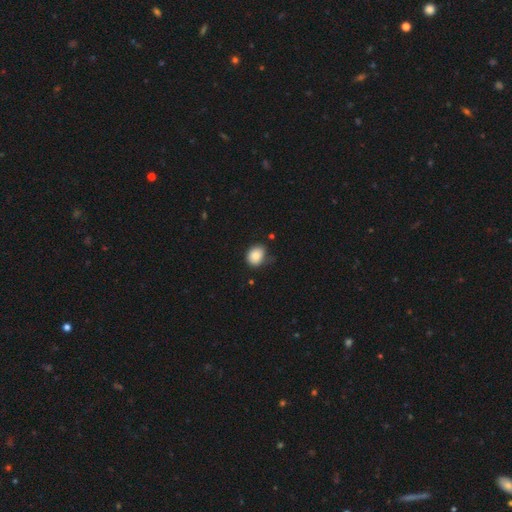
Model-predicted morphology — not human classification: Overall: smooth (83%). How rounded: in between (54%; round 45%). Merging: none (64%; minor disturbance 28%).